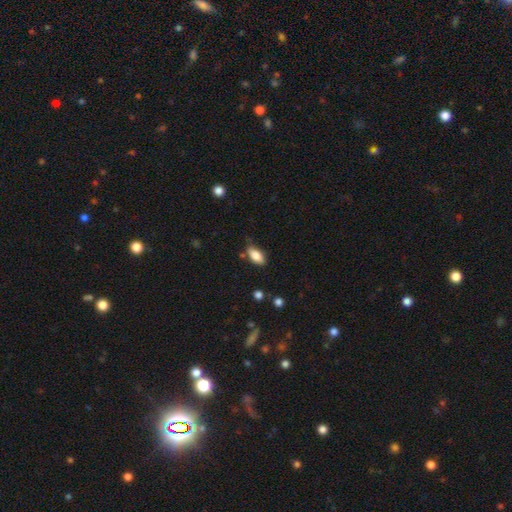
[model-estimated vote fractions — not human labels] A smooth galaxy with no disk features (83%) that is in between round and cigar-shaped (89%).

Vote fractions:
- Smooth or featured? smooth: 83% / featured or disk: 10% / star or artifact: 7%
- How rounded? in between: 89% / cigar-shaped: 8% / round: 3%
- Merging? none: 68% / minor disturbance: 24% / major disturbance: 5% / merger: 3%